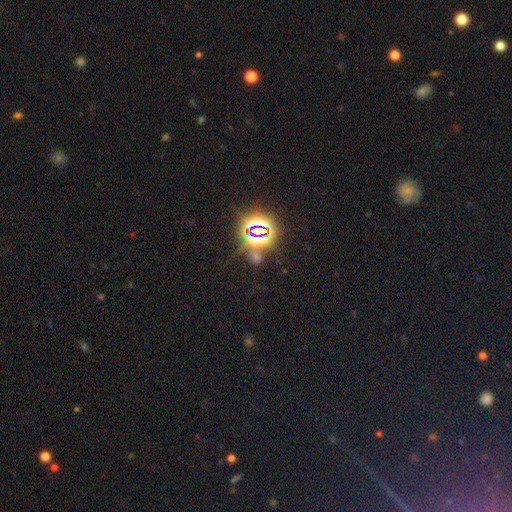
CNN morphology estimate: This appears to be a star or artifact, not a galaxy (77%).